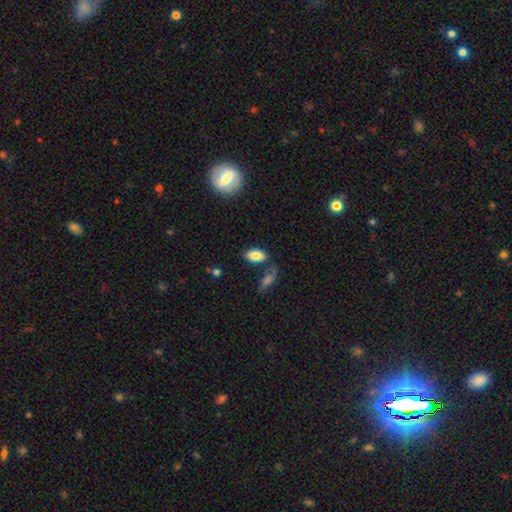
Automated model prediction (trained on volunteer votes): This appears to be a smooth galaxy with no disk features (81%) that is in between round and cigar-shaped (92%). Merging: none (67%).